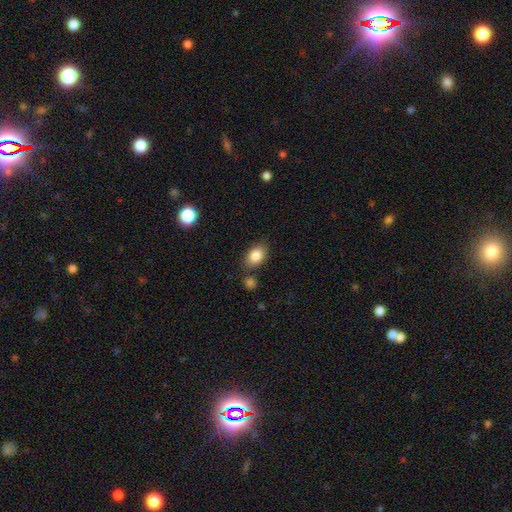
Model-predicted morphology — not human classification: This appears to be a smooth galaxy with no disk features (85%) that is in between round and cigar-shaped (83%). Merging: none (77%).